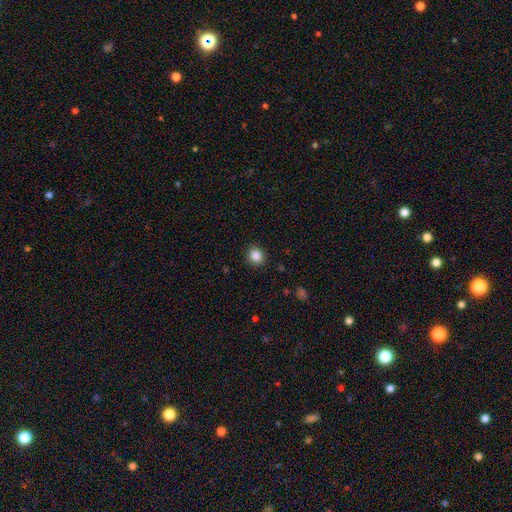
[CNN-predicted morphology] smooth-or-featured: smooth: 87% | star or artifact: 10% | featured or disk: 3%
  how-rounded: round: 83% | in between: 16% | cigar-shaped: 1%
  merging: none: 89% | minor disturbance: 7% | major disturbance: 2% | merger: 1%